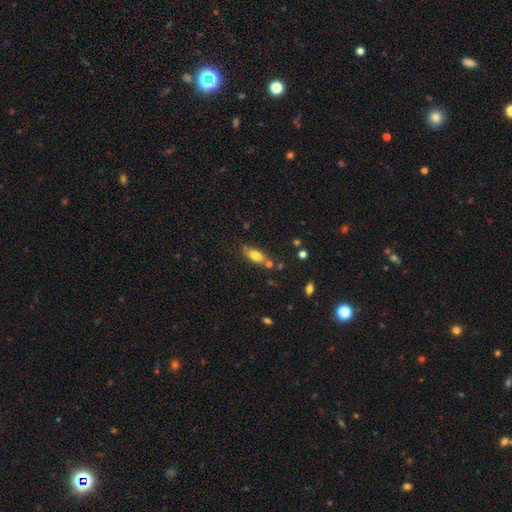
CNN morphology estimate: This is likely a smooth galaxy (76%). How rounded: likely in between (79%). Merging: likely none (67%).